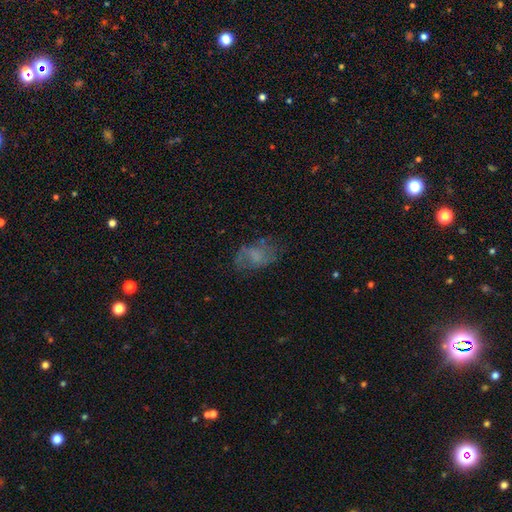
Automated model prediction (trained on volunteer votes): Smooth or featured: smooth — 47% (featured or disk — 39%)
Merging: none — 55% (minor disturbance — 23%)